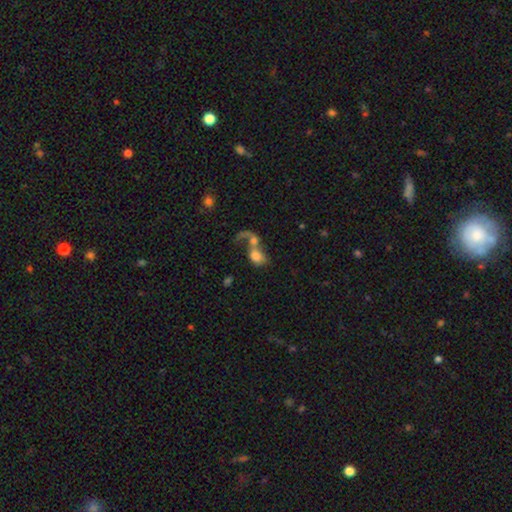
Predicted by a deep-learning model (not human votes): smooth-or-featured: smooth: 59% | featured or disk: 31% | star or artifact: 10%
  how-rounded: in between: 61% | round: 36% | cigar-shaped: 3%
  merging: merger: 67% | major disturbance: 16% | none: 11% | minor disturbance: 5%